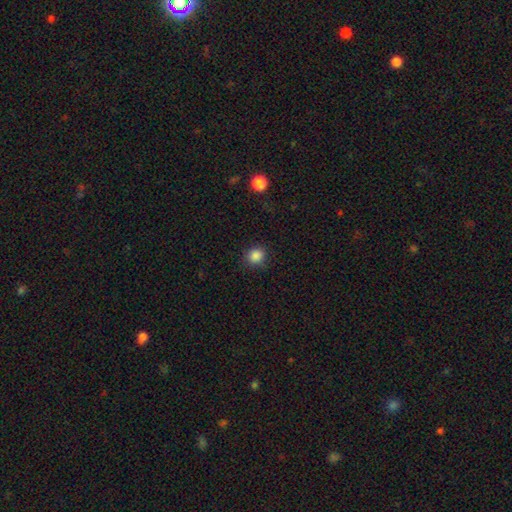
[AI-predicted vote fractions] A smooth galaxy with no disk features (86%) that is round (80%). Merging: none (87%).